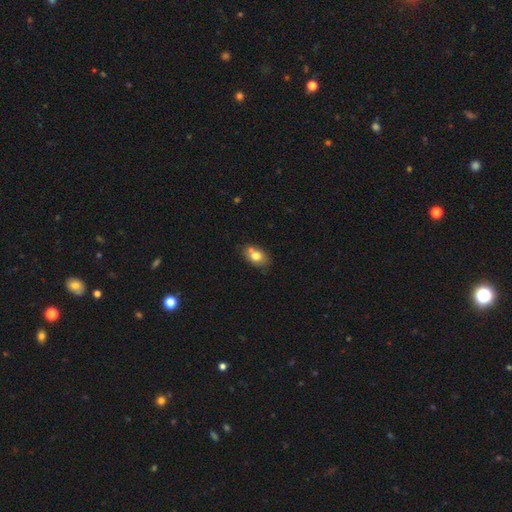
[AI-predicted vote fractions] This appears to be a smooth galaxy with no disk features (74%) that is in between round and cigar-shaped (80%). Merging: none (56%).